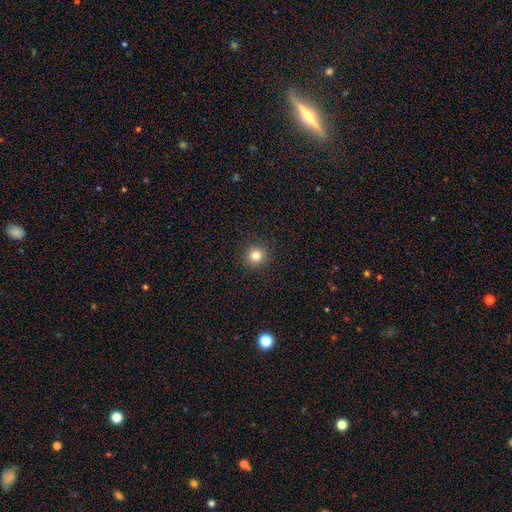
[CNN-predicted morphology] Smooth or featured? smooth (81%)
How rounded? round (94%)
Merging? none (92%)